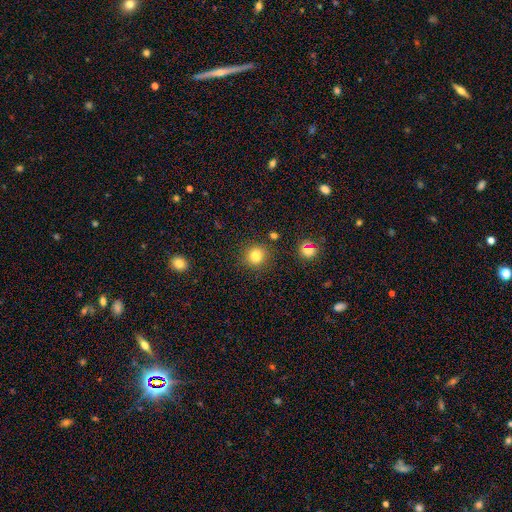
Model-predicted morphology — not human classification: This appears to be a smooth galaxy with no disk features (81%) that is round (88%). Merging: none (87%).